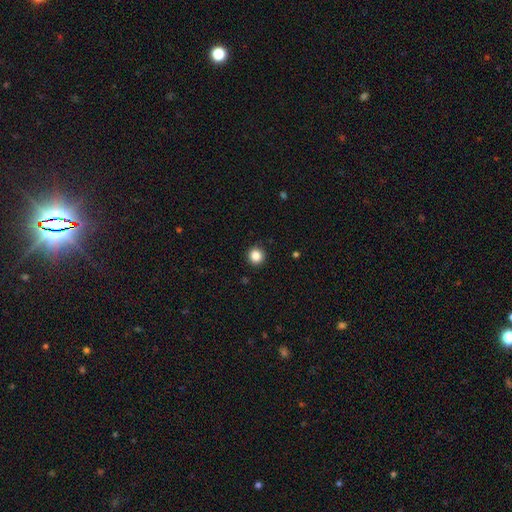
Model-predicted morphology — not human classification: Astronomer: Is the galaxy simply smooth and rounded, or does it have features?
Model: smooth — 85%.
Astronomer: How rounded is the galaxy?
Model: round — 94%.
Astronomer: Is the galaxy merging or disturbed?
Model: none — 92%.